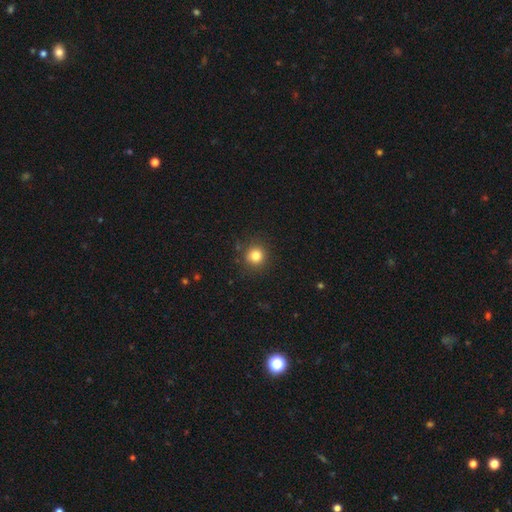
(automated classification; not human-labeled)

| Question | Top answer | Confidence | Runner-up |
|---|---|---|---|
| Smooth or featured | smooth | 81% | star or artifact (13%) |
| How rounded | round | 91% | in between (8%) |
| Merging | none | 87% | minor disturbance (8%) |